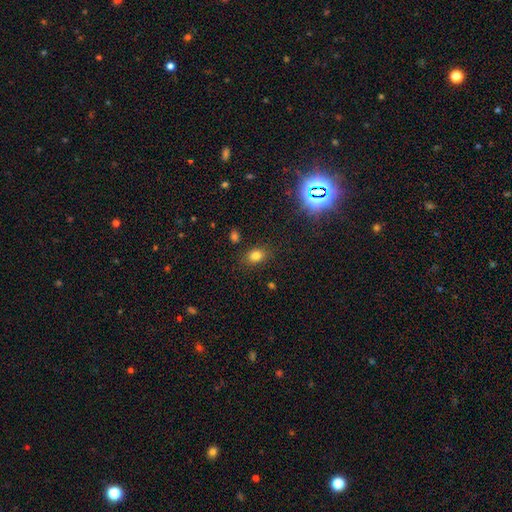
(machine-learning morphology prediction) This appears to be a smooth galaxy with no disk features (79%) that is in between round and cigar-shaped (62%). Merging: none (82%).